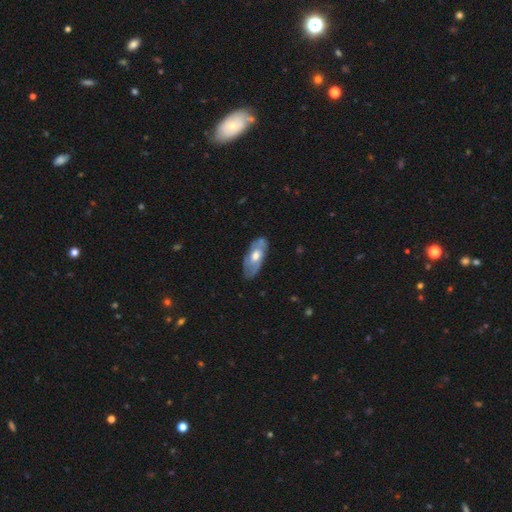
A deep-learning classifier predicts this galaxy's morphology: featured or disk 53%, smooth 42%, star or artifact 5%. Down the decision tree: edge-on disk — no (82%); merging — none (74%).